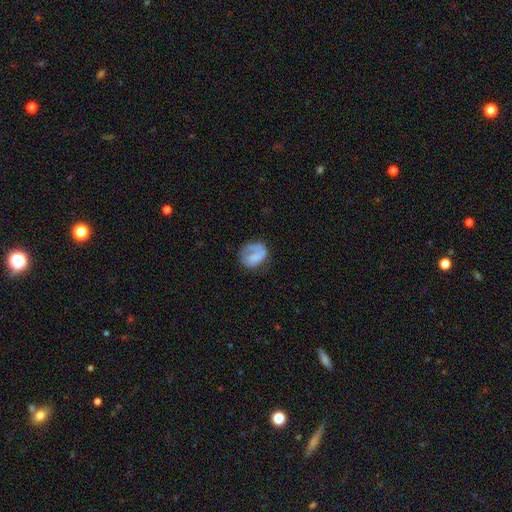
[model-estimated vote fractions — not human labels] The model was most divided on "how rounded": round: 54%, in between: 45%, cigar-shaped: 1%. Remaining: smooth or featured — smooth (59%); merging — none (44%).